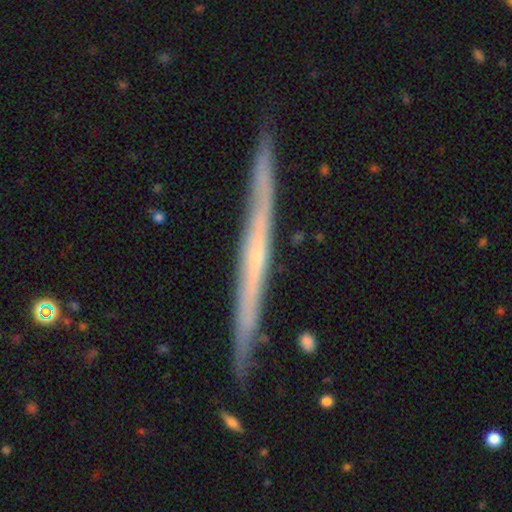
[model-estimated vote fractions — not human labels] featured or disk 74%, smooth 20%, star or artifact 6%. Down the decision tree: edge-on disk — yes (97%); edge-on bulge — none (74%); merging — none (88%).